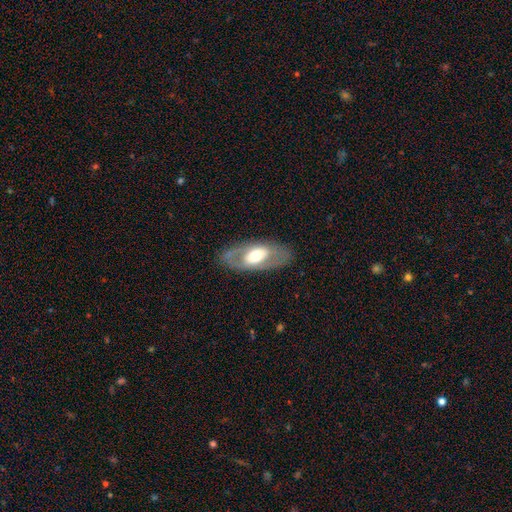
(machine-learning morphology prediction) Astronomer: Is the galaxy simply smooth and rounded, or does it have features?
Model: featured or disk — 57% (runner-up: smooth, 37%).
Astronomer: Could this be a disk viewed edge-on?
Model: no — 86%.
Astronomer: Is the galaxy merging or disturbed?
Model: none — 80%.